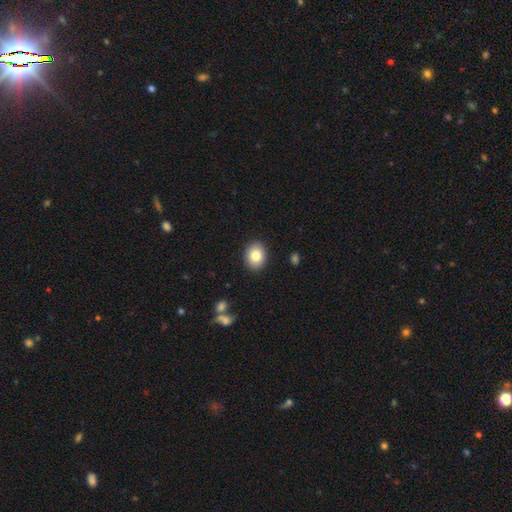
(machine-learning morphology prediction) Smooth or featured? Predicted: smooth (p=0.82). How rounded? Predicted: in between (p=0.53). Merging? Predicted: none (p=0.89).